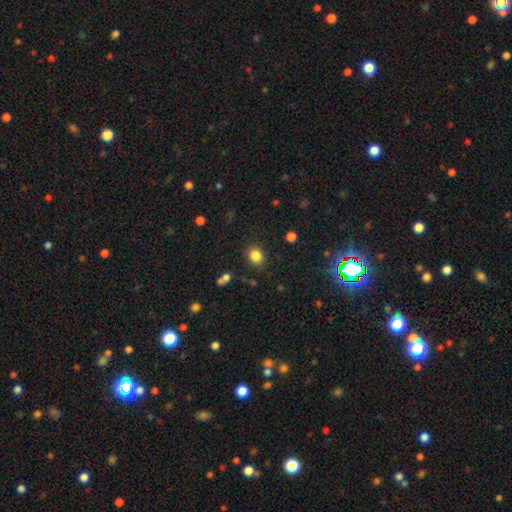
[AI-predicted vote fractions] Smooth or featured? smooth (84%)
How rounded? in between (53%)
Merging? none (84%)